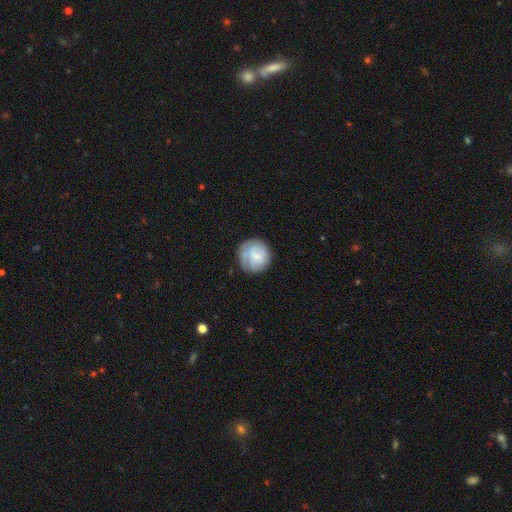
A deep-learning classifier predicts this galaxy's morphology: Overall: smooth (57%; featured or disk 36%). How rounded: round (90%). Merging: none (70%).